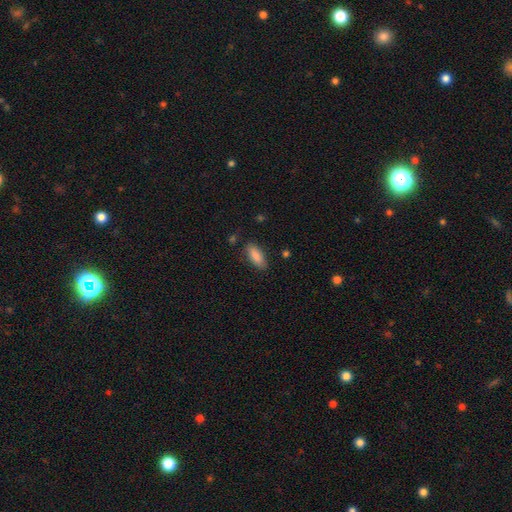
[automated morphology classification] A smooth galaxy with no disk features (88%) that is in between round and cigar-shaped (81%).

Vote fractions:
- Smooth or featured? smooth: 88% / star or artifact: 7% / featured or disk: 5%
- How rounded? in between: 81% / cigar-shaped: 17% / round: 2%
- Merging? none: 82% / minor disturbance: 13% / major disturbance: 3% / merger: 2%